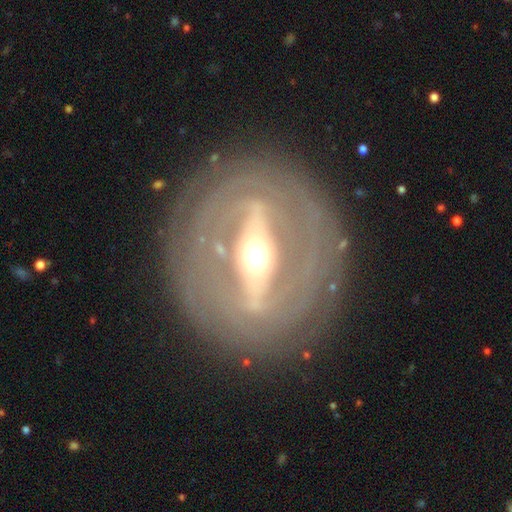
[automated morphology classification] smooth-or-featured: featured or disk: 85% | smooth: 9% | star or artifact: 6%
  disk-edge-on: no: 73% | yes: 27%
    bar: strong: 82% | weak: 12% | no: 6%
    has-spiral-arms: yes: 53% | no: 47%
    bulge-size: moderate: 68% | small: 19% | large: 11% | dominant: 2% | none: 1%
  merging: none: 84% | minor disturbance: 10% | major disturbance: 5% | merger: 1%